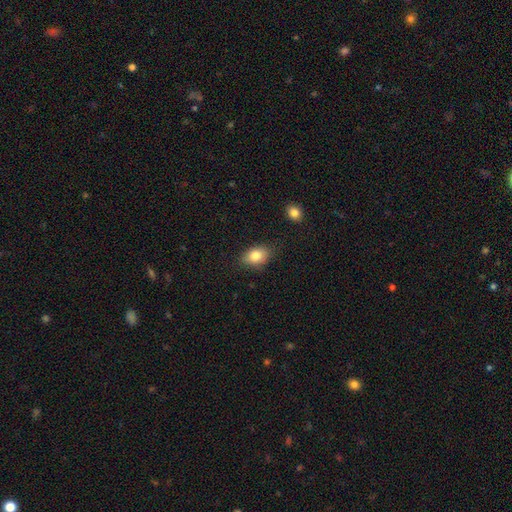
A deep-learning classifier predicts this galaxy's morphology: Smooth or featured: smooth — 81% (featured or disk — 10%)
How rounded: in between — 82% (round — 17%)
Merging: none — 81% (minor disturbance — 14%)